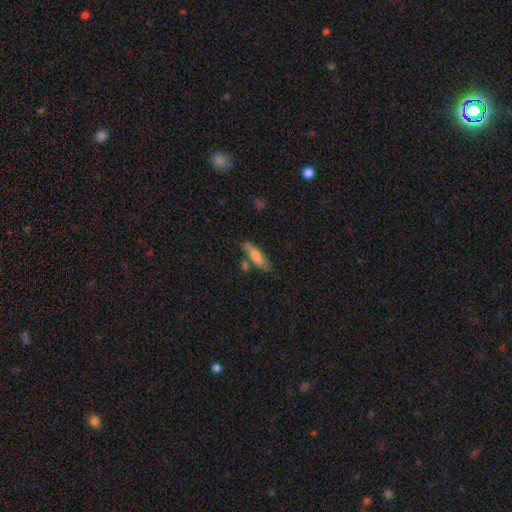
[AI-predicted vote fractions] A smooth galaxy with no disk features (69%) that is cigar-shaped (53%). Merging: none (69%).